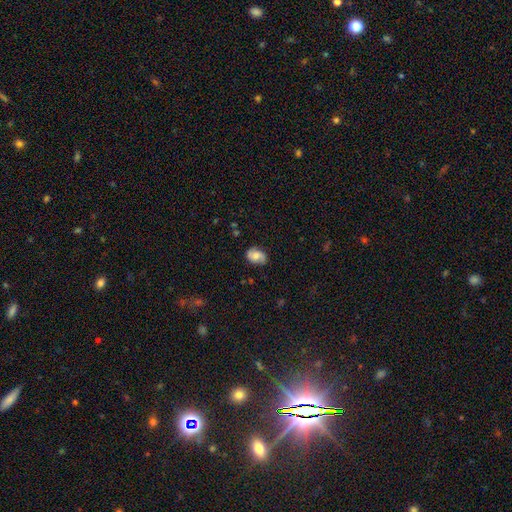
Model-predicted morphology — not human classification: smooth-or-featured: smooth: 48% | featured or disk: 43% | star or artifact: 9%
  merging: none: 76% | minor disturbance: 19% | major disturbance: 4% | merger: 1%